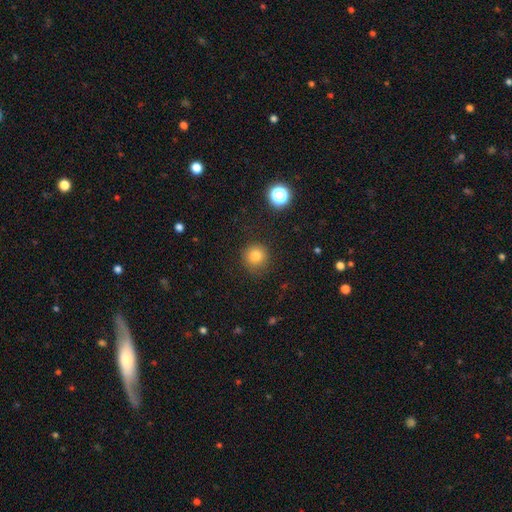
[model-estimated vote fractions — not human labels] This appears to be a smooth galaxy with no disk features (82%) that is round (93%). Merging: none (87%).